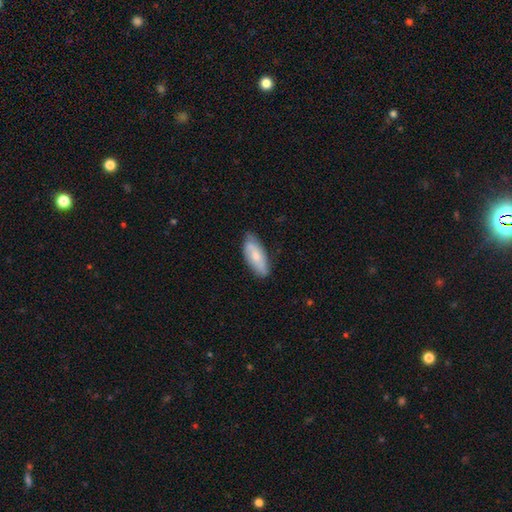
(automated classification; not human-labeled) A smooth galaxy with no disk features (60%) that is in between round and cigar-shaped (79%).

Vote fractions:
- Smooth or featured? smooth: 60% / featured or disk: 35% / star or artifact: 6%
- How rounded? in between: 79% / cigar-shaped: 19% / round: 2%
- Merging? none: 75% / minor disturbance: 20% / major disturbance: 3% / merger: 1%